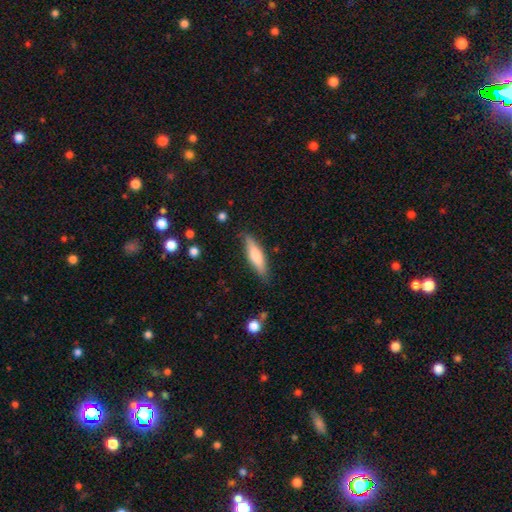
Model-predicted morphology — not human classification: Overall: smooth (61%; featured or disk 33%). How rounded: cigar-shaped (71%). Merging: none (84%).